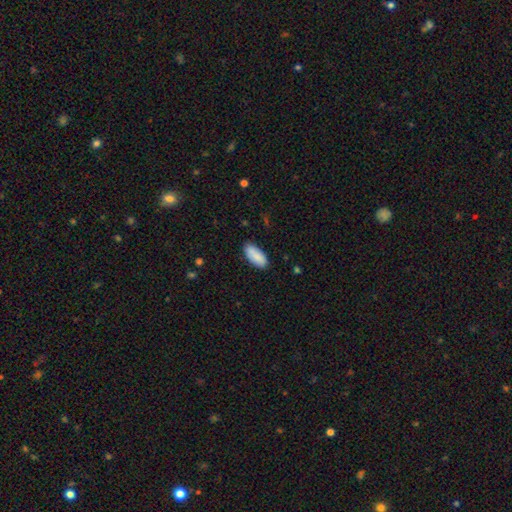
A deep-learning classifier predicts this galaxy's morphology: Smooth or featured? Predicted: smooth (p=0.88). How rounded? Predicted: in between (p=0.85). Merging? Predicted: none (p=0.86).